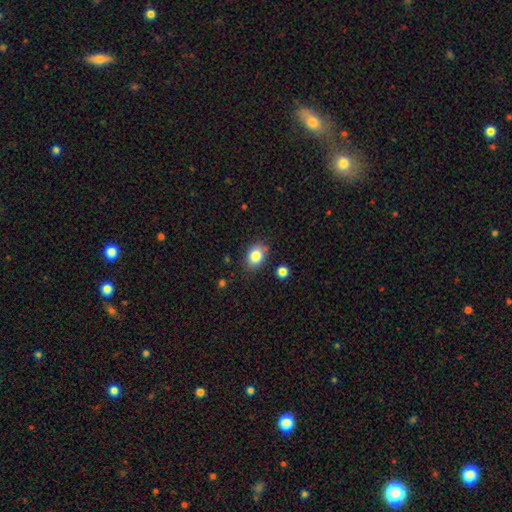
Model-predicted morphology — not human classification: type=smooth (83%); roundness=in between (60%); merging=none (77%).